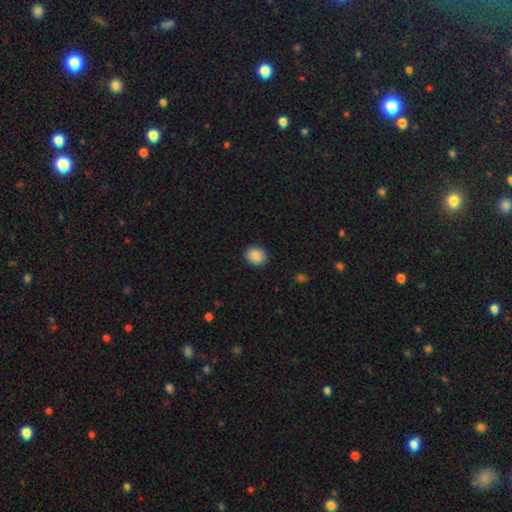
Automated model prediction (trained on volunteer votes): Q: Smooth or featured?
A: smooth (89%); runner-up: star or artifact (8%)
Q: How rounded?
A: round (66%); runner-up: in between (33%)
Q: Merging?
A: none (90%); runner-up: minor disturbance (7%)